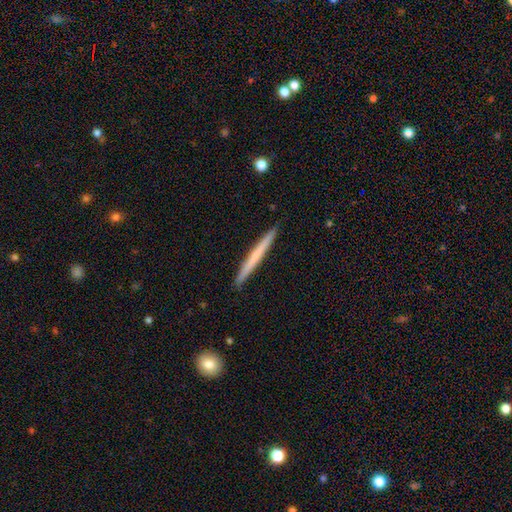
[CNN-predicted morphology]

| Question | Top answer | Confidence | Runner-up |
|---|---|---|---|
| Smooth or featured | smooth | 56% | featured or disk (39%) |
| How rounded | cigar-shaped | 97% | in between (2%) |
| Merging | none | 92% | minor disturbance (5%) |